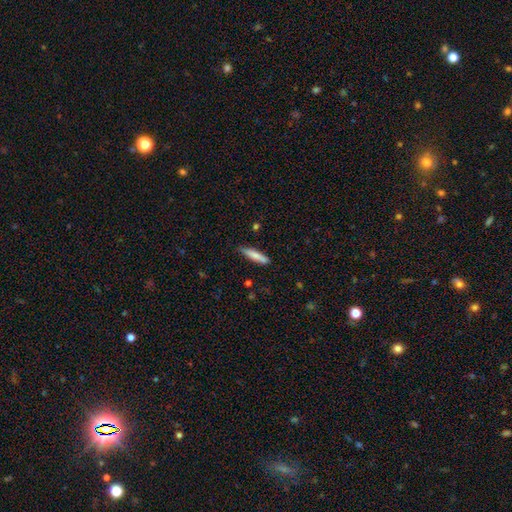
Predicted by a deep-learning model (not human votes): A smooth galaxy with no disk features (77%) that is cigar-shaped (84%). Merging: none (80%).